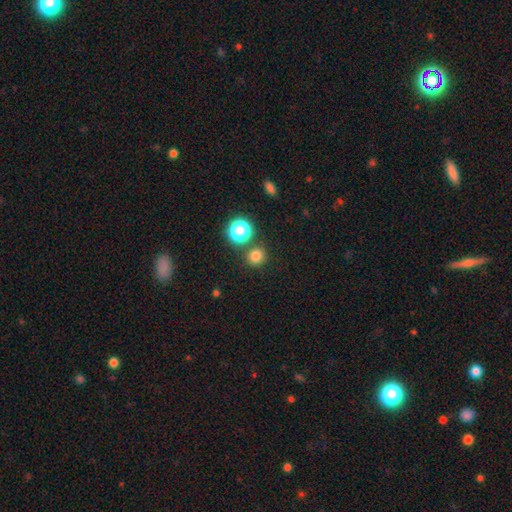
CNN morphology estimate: The model was most divided on "smooth or featured": smooth: 77%, star or artifact: 18%, featured or disk: 5%. More confident: how rounded — round (91%); merging — none (82%).